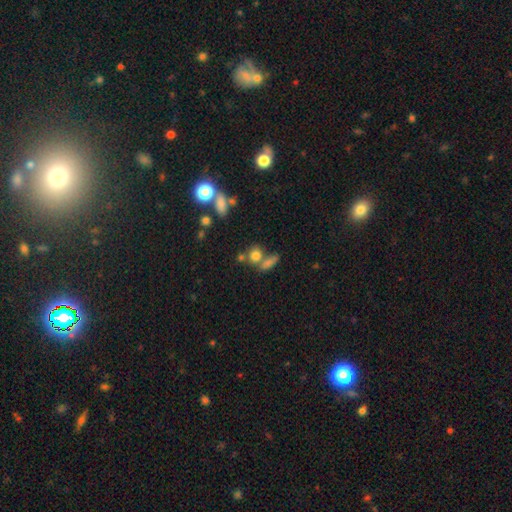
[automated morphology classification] Overall: smooth (75%). How rounded: round (61%; in between 33%). Merging: none (49%; merger 34%).